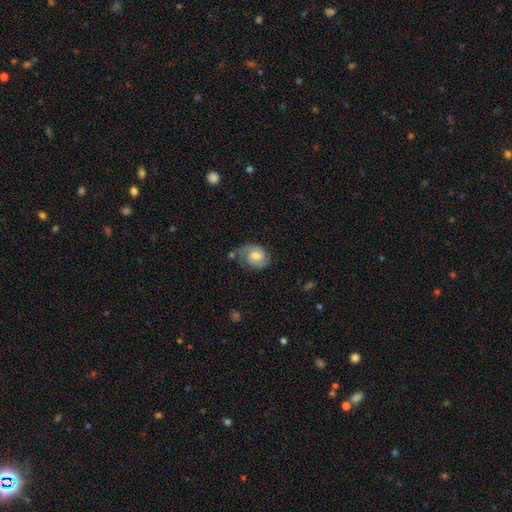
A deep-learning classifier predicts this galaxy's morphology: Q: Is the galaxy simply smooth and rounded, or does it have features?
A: featured or disk — 61%.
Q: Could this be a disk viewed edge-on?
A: no — 97%.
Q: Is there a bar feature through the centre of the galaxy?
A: no — 46%.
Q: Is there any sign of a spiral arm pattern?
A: yes — 89%.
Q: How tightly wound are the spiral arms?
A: medium — 43%.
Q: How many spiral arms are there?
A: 2 — 70%.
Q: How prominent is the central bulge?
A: moderate — 58%.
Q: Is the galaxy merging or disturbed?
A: none — 53%.